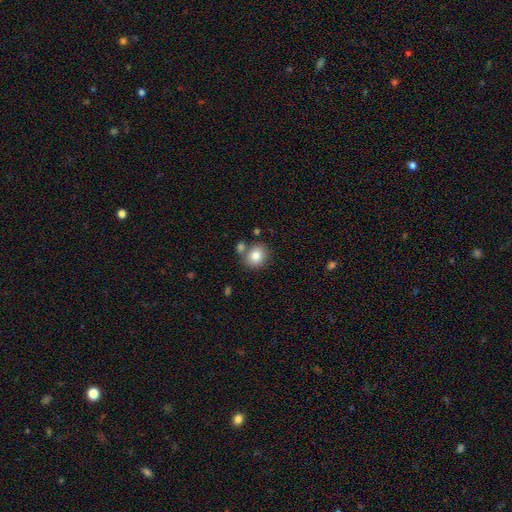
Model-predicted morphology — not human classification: A smooth galaxy with no disk features (81%) that is round (72%). Merging: none (64%).